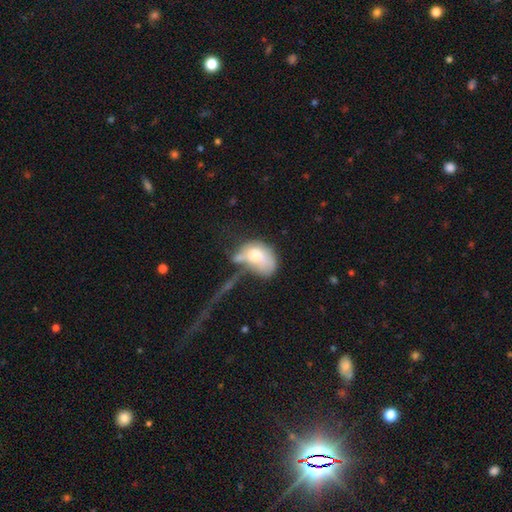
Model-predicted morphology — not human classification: A smooth galaxy with no disk features (60%) that is in between round and cigar-shaped (78%). Merging: major disturbance (41%).